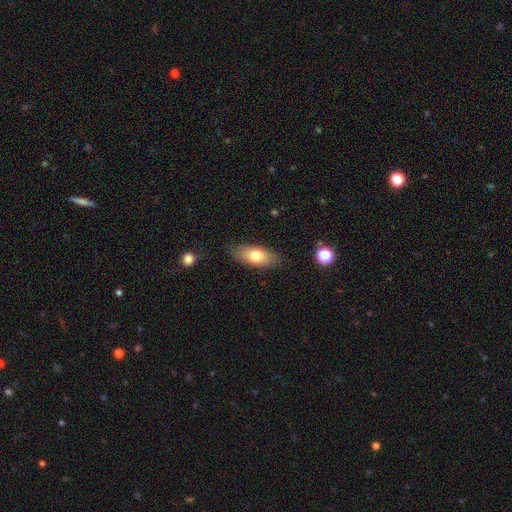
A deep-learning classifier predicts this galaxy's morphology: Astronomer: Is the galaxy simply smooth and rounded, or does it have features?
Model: smooth — 73%.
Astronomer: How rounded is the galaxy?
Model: in between — 85%.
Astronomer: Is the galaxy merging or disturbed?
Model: none — 81%.